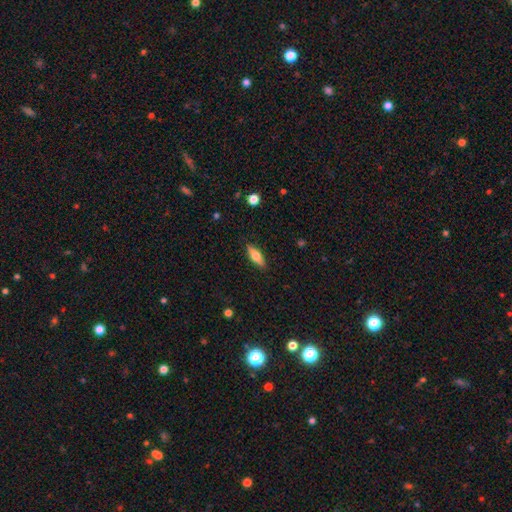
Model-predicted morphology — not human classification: Q: Smooth or featured?
A: smooth (63%); runner-up: featured or disk (31%)
Q: How rounded?
A: in between (55%); runner-up: cigar-shaped (42%)
Q: Merging?
A: none (87%); runner-up: minor disturbance (10%)